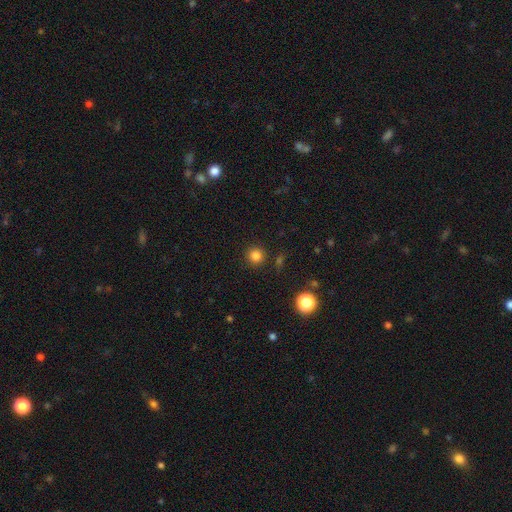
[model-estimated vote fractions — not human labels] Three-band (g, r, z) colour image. It shows a smooth galaxy with no disk features (82%) that is round (94%). Merging: none (90%).